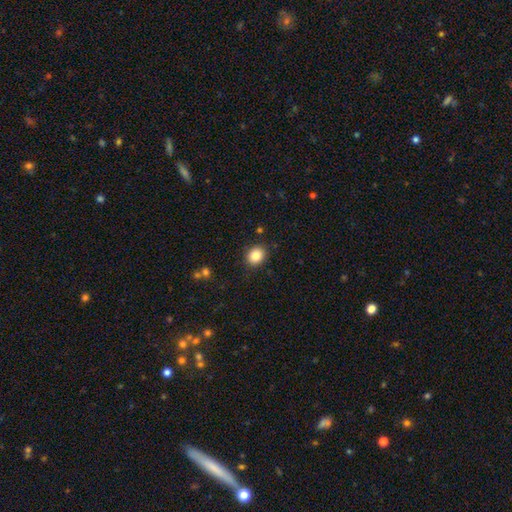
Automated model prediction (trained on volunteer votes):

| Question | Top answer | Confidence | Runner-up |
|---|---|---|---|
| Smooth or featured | smooth | 85% | star or artifact (10%) |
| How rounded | round | 63% | in between (36%) |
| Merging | none | 88% | minor disturbance (8%) |